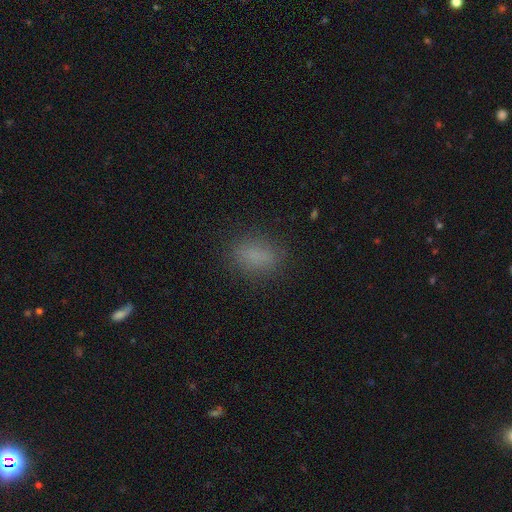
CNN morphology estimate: Smooth or featured? smooth (81%)
How rounded? in between (81%)
Merging? none (82%)